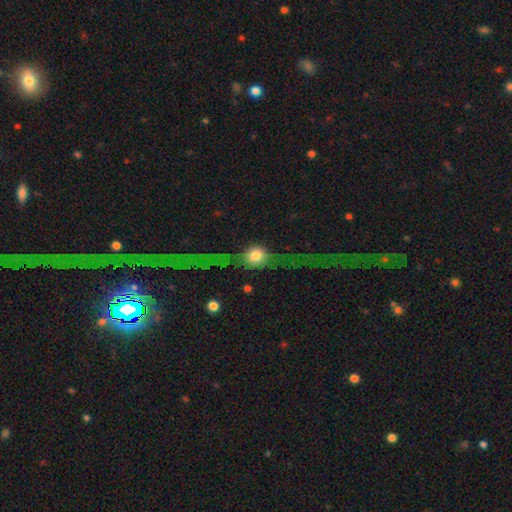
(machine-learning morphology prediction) type=smooth (53%); roundness=round (69%); merging=none (59%).